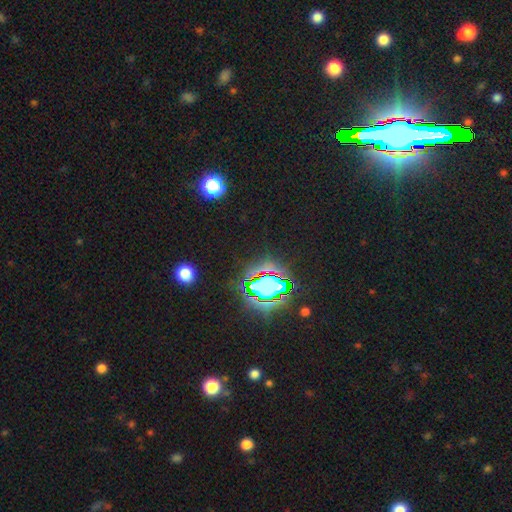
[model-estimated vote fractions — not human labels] A star or artifact, not a galaxy (83%).